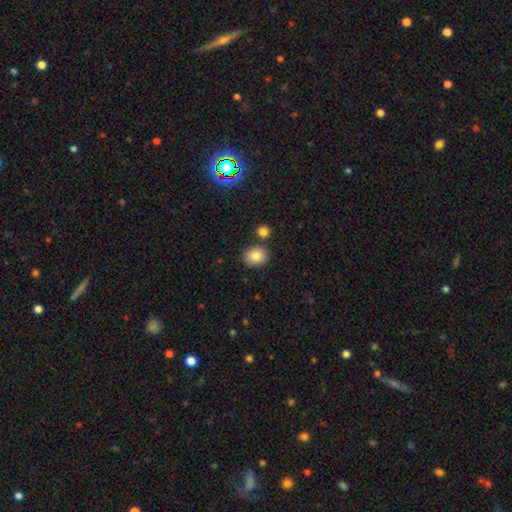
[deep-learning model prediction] The model was most divided on "how rounded": round: 54%, in between: 45%, cigar-shaped: 1%. More confident: smooth or featured — smooth (83%); merging — none (81%).